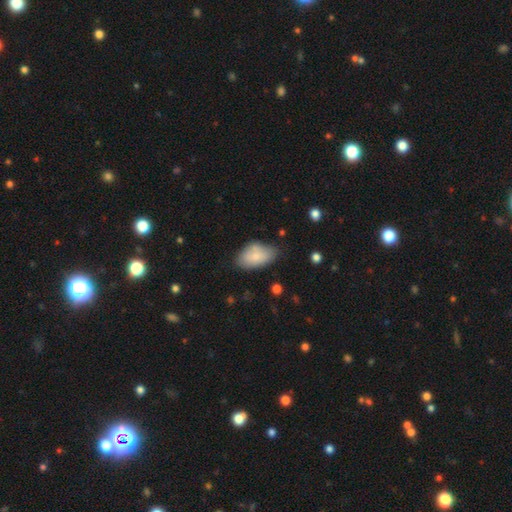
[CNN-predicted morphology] Smooth or featured? Predicted: smooth (p=0.79). How rounded? Predicted: in between (p=0.93). Merging? Predicted: none (p=0.65).